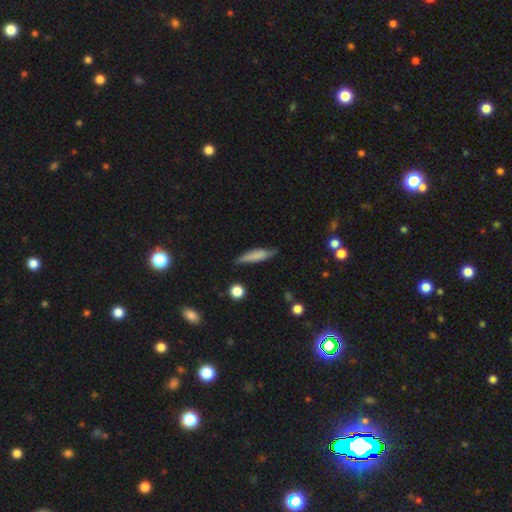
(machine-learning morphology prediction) Overall: smooth (67%). How rounded: cigar-shaped (75%). Merging: none (70%).